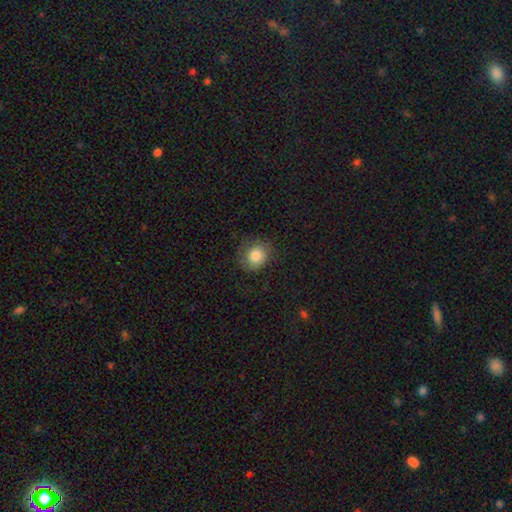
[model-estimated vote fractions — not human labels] This is clearly a smooth galaxy (81%). How rounded: likely round (75%). Merging: likely none (74%).